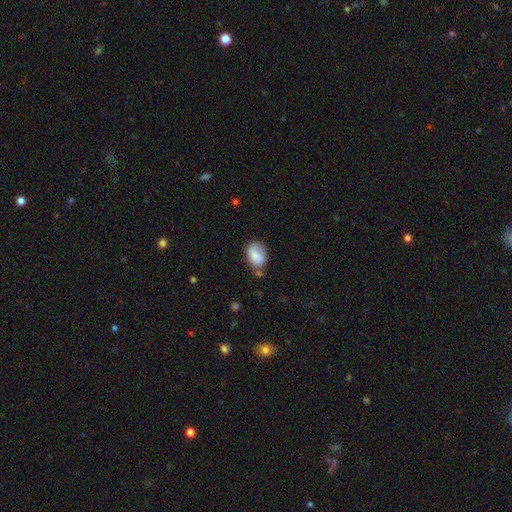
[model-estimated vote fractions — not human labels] Smooth or featured?
  - smooth: 80% *
  - featured or disk: 13%
  - star or artifact: 8%
How rounded?
  - in between: 80% *
  - round: 19%
  - cigar-shaped: 1%
Merging?
  - none: 52% *
  - minor disturbance: 29%
  - merger: 9%
  - major disturbance: 9%